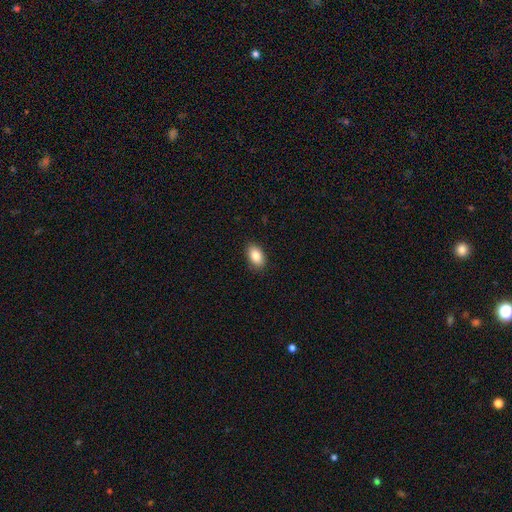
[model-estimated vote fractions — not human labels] Smooth or featured?
  - smooth: 86% *
  - star or artifact: 8%
  - featured or disk: 7%
How rounded?
  - in between: 91% *
  - round: 7%
  - cigar-shaped: 1%
Merging?
  - none: 88% *
  - minor disturbance: 9%
  - major disturbance: 2%
  - merger: 1%